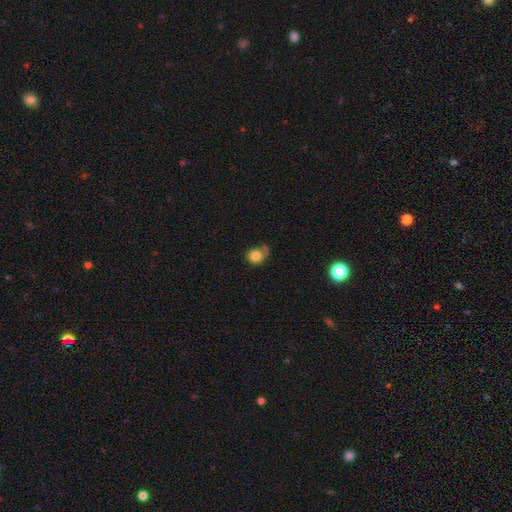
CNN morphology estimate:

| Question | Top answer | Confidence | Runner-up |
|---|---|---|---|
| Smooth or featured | smooth | 81% | featured or disk (10%) |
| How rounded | round | 73% | in between (26%) |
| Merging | none | 43% | minor disturbance (30%) |